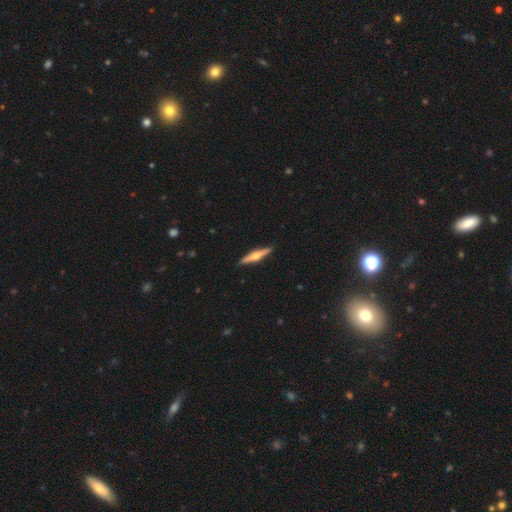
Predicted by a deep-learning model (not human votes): smooth_or_featured: featured or disk (p=0.66) [alt: smooth p=0.29]
disk_edge_on: yes (p=0.97) [alt: no p=0.03]
edge_on_bulge: rounded (p=0.91) [alt: boxy p=0.06]
merging: none (p=0.91) [alt: minor disturbance p=0.06]